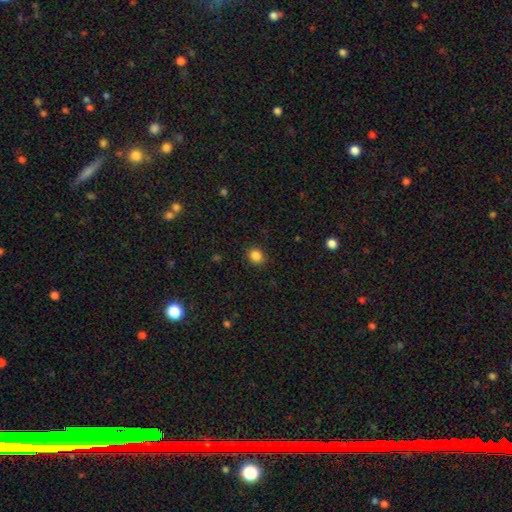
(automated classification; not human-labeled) This appears to be a smooth galaxy with no disk features (86%) that is round (67%). Merging: none (89%).